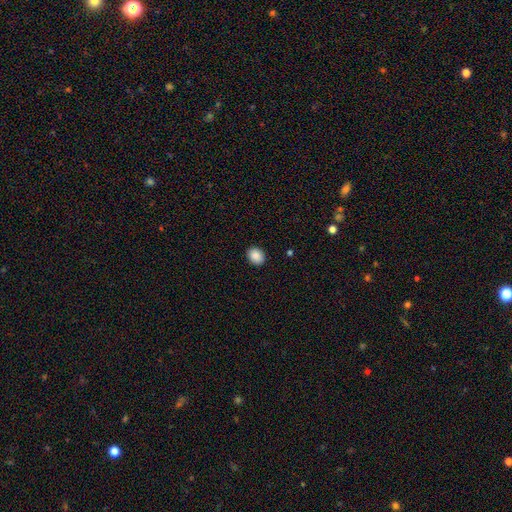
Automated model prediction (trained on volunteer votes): Smooth or featured? Predicted: smooth (p=0.89). How rounded? Predicted: in between (p=0.52). Merging? Predicted: none (p=0.90).